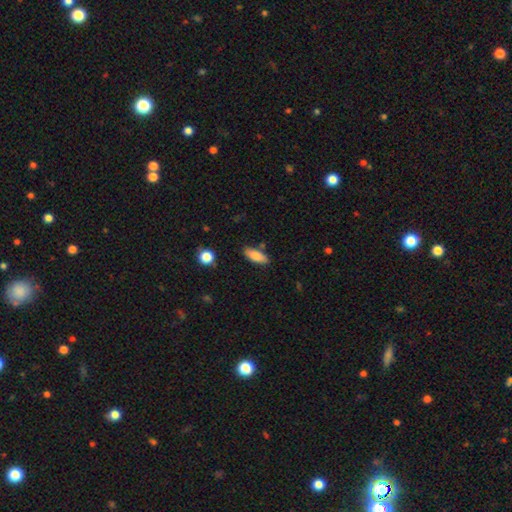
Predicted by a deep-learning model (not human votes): Smooth or featured? smooth (78%)
How rounded? in between (73%)
Merging? none (82%)